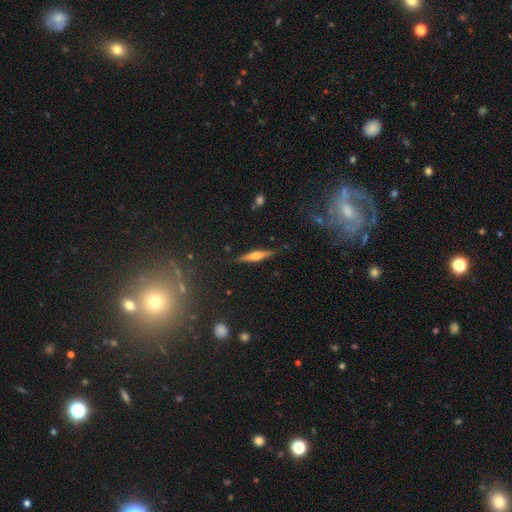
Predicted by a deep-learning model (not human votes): This is possibly a featured or disk galaxy (58%). It is clearly viewed edge-on (96%). Edge-on bulge: clearly rounded (87%). Merging: clearly none (86%).